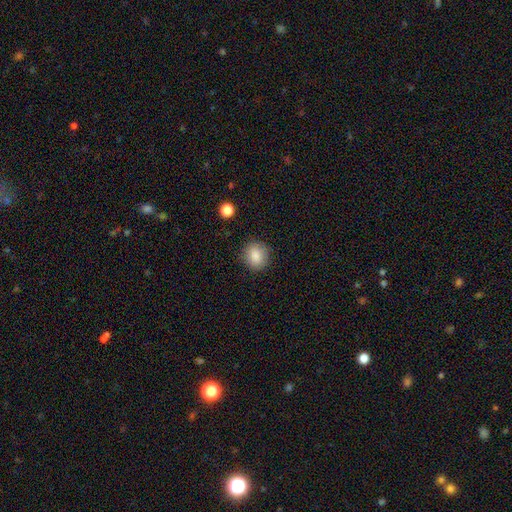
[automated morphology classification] A smooth galaxy with no disk features (85%) that is round (82%).

Vote fractions:
- Smooth or featured? smooth: 85% / star or artifact: 9% / featured or disk: 6%
- How rounded? round: 82% / in between: 17% / cigar-shaped: 1%
- Merging? none: 87% / minor disturbance: 9% / major disturbance: 3% / merger: 1%